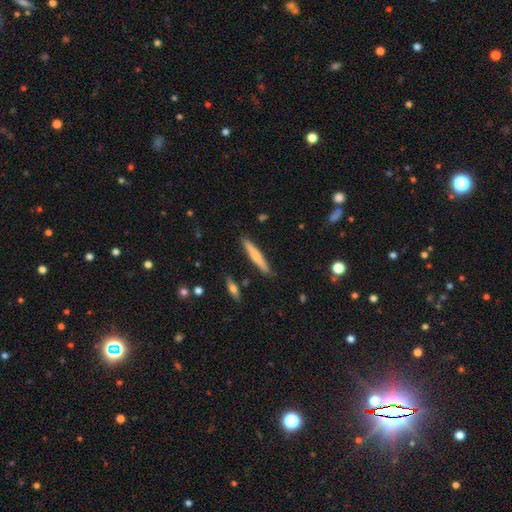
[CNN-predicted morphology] A smooth galaxy with no disk features (64%) that is cigar-shaped (93%). Merging: none (88%).